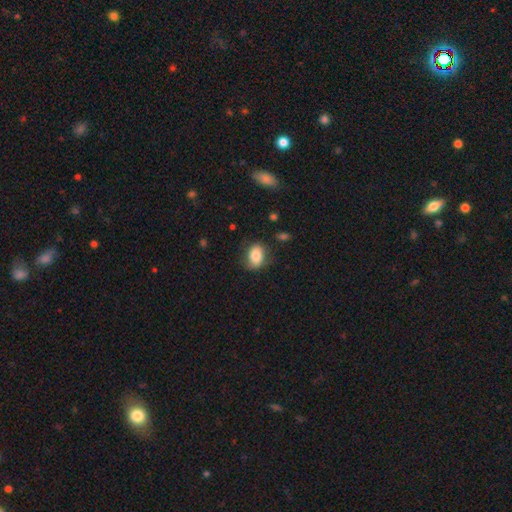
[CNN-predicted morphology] Smooth or featured? smooth (79%)
How rounded? in between (79%)
Merging? none (71%)